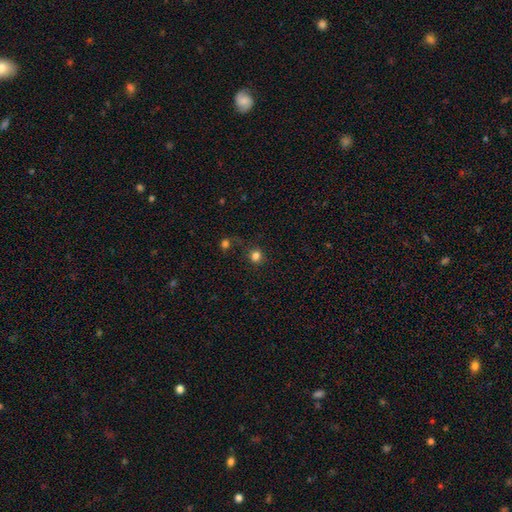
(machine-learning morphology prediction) Overall: smooth (81%). How rounded: round (83%). Merging: none (76%).